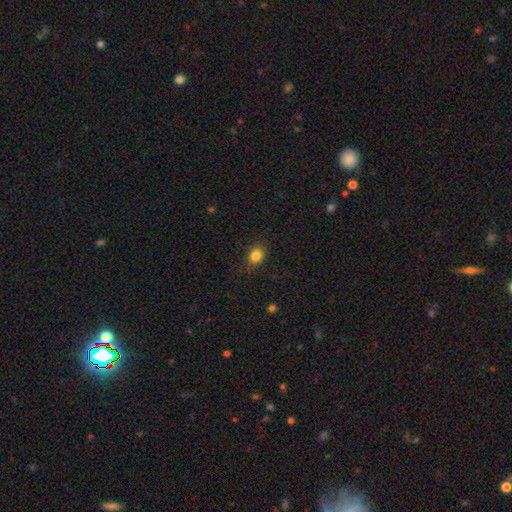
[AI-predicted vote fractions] This appears to be a smooth galaxy with no disk features (84%) that is round (54%). Merging: none (85%).